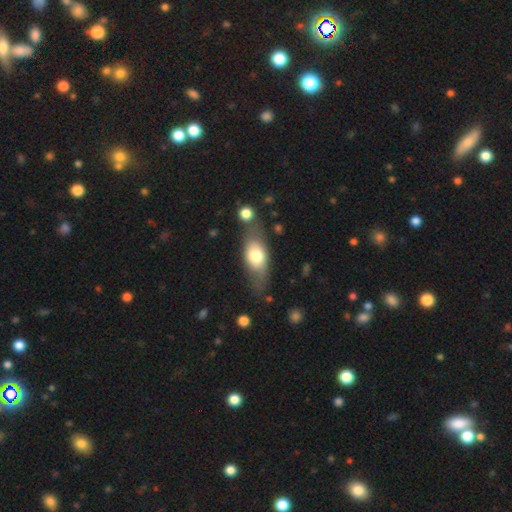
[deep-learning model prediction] Morphology: type=smooth (65%); roundness=in between (78%); merging=none (63%).